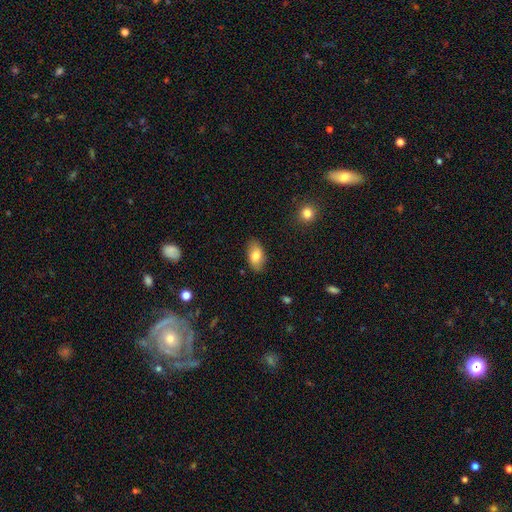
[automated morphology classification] This is clearly a smooth galaxy (80%). How rounded: clearly in between (93%). Merging: clearly none (86%).